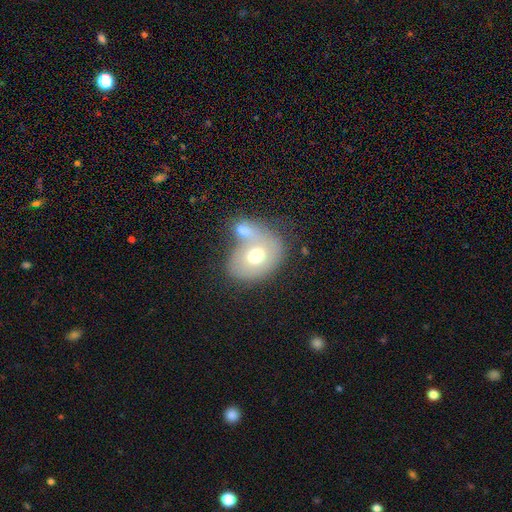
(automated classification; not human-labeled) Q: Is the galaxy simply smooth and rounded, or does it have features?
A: smooth — 63%.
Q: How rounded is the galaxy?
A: in between — 53%.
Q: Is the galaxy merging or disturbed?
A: merger — 53%.